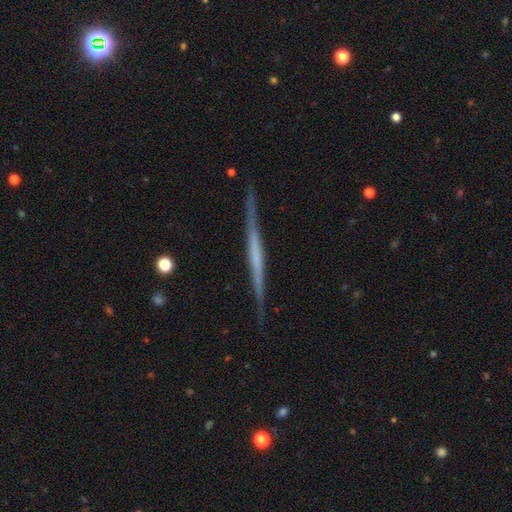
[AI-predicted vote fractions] smooth_or_featured: featured or disk (p=0.71) [alt: smooth p=0.24]
disk_edge_on: yes (p=0.98) [alt: no p=0.02]
edge_on_bulge: none (p=0.78) [alt: rounded p=0.12]
merging: none (p=0.89) [alt: minor disturbance p=0.08]